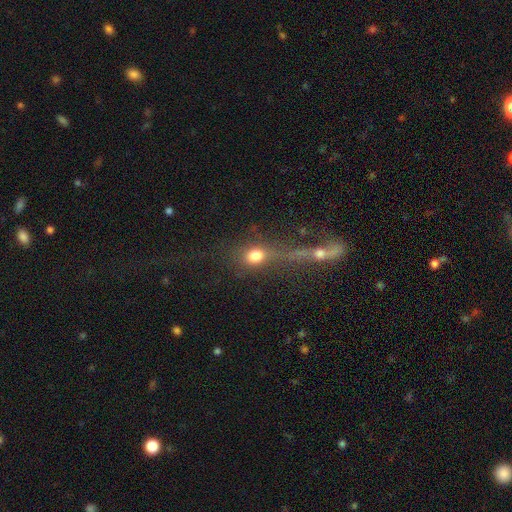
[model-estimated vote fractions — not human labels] A smooth galaxy with no disk features (72%) that is round (57%).

Vote fractions:
- Smooth or featured? smooth: 72% / star or artifact: 16% / featured or disk: 12%
- How rounded? round: 57% / in between: 38% / cigar-shaped: 5%
- Merging? none: 44% / merger: 28% / major disturbance: 15% / minor disturbance: 13%